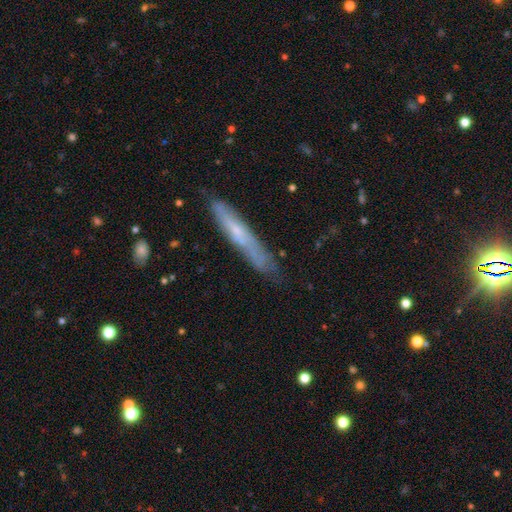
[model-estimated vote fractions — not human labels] smooth-or-featured: featured or disk: 49% | smooth: 44% | star or artifact: 8%
  merging: none: 75% | minor disturbance: 19% | major disturbance: 4% | merger: 2%